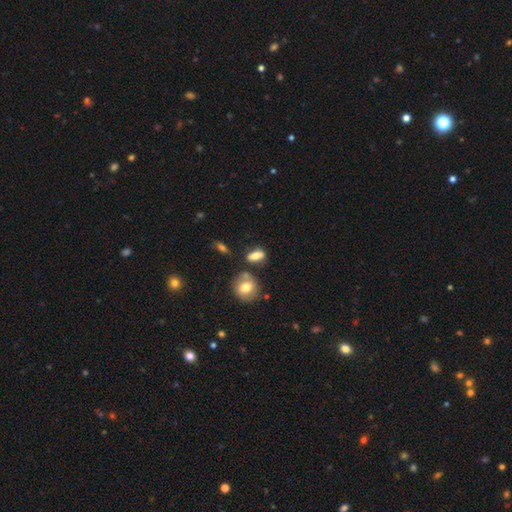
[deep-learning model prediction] smooth 71%, featured or disk 18%, star or artifact 10%. Down the decision tree: how rounded — in between (71%); merging — none (61%).